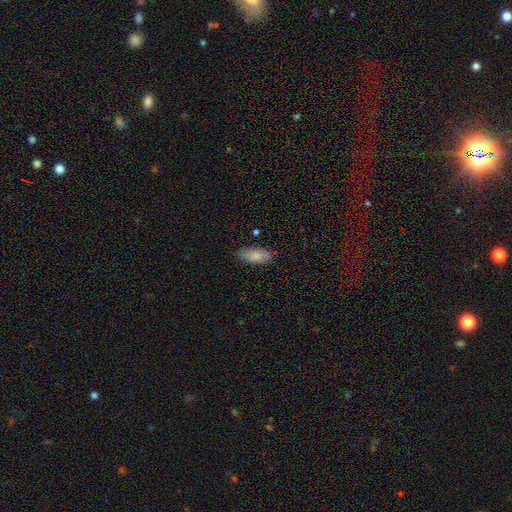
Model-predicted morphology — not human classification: smooth-or-featured: smooth: 84% | featured or disk: 9% | star or artifact: 6%
  how-rounded: in between: 84% | cigar-shaped: 14% | round: 2%
  merging: none: 84% | minor disturbance: 12% | major disturbance: 2% | merger: 1%